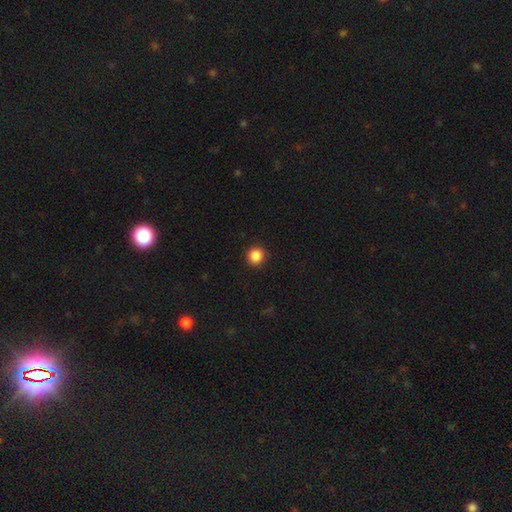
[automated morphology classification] smooth 86%, star or artifact 11%, featured or disk 3%. Down the decision tree: how rounded — round (94%); merging — none (92%).